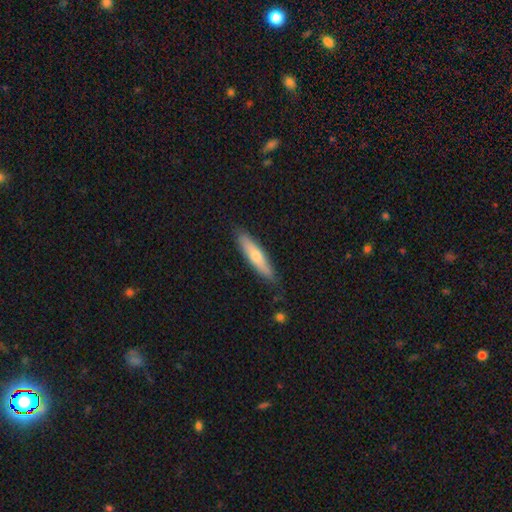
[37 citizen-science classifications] Overall: smooth (62%; featured or disk 35%). How rounded: cigar-shaped (87%). Merging: none (83%).